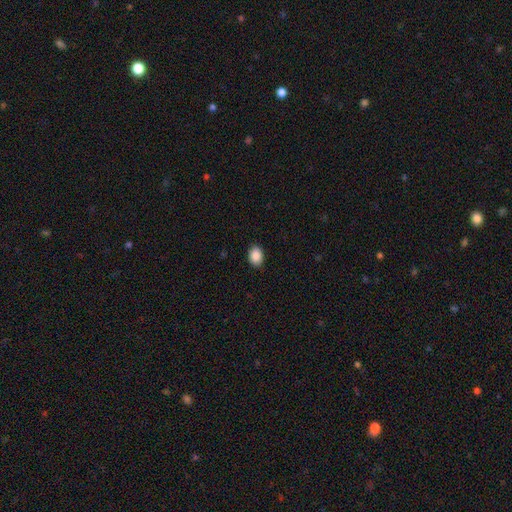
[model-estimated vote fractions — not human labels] Overall: smooth (89%). How rounded: in between (73%). Merging: none (89%).